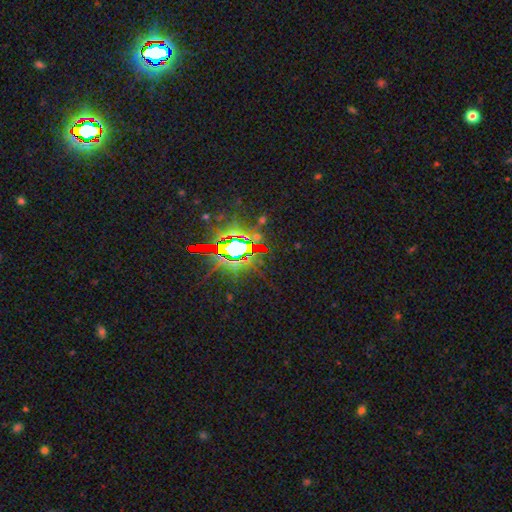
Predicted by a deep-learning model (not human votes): smooth-or-featured: star or artifact: 78% | featured or disk: 12% | smooth: 10%